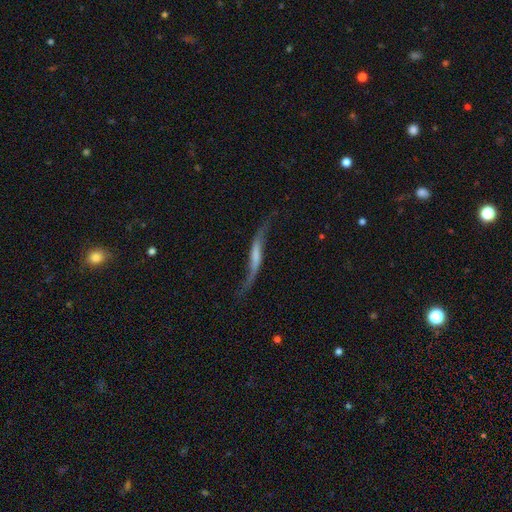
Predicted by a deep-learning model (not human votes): This is likely a featured or disk galaxy (78%). It is likely not viewed edge-on (65%). Bar: marginally strong (36%). Spiral arm pattern: clearly yes (90%). Central bulge: possibly none (52%). Merging: likely none (60%).